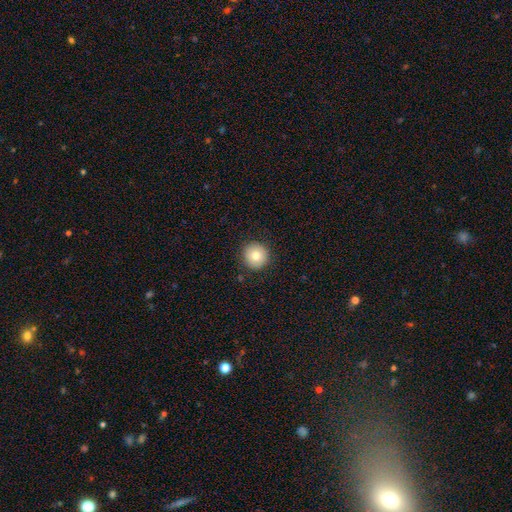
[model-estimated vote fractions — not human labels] This appears to be a smooth galaxy with no disk features (79%) that is round (95%). Merging: none (90%).